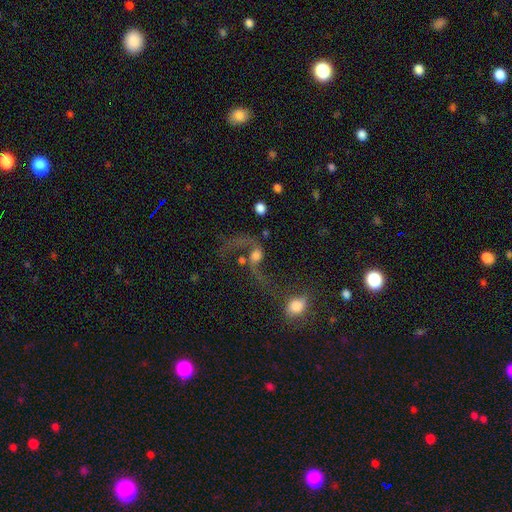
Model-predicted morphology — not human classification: Smooth or featured?
  - featured or disk: 66% *
  - smooth: 22%
  - star or artifact: 12%
Edge-on disk?
  - no: 95% *
  - yes: 5%
Bar?
  - no: 66% *
  - weak: 26%
  - strong: 7%
Spiral arms?
  - yes: 83% *
  - no: 17%
Spiral winding?
  - loose: 91% *
  - medium: 7%
  - tight: 2%
Spiral arm count?
  - 2: 84% *
  - 1: 10%
  - can't tell: 2%
  - 3: 1%
  - 4: 1%
  - more than 4: 1%
Bulge size?
  - moderate: 41% *
  - large: 26%
  - small: 19%
  - none: 9%
  - dominant: 6%
Merging?
  - none: 34% *
  - merger: 27%
  - major disturbance: 27%
  - minor disturbance: 12%